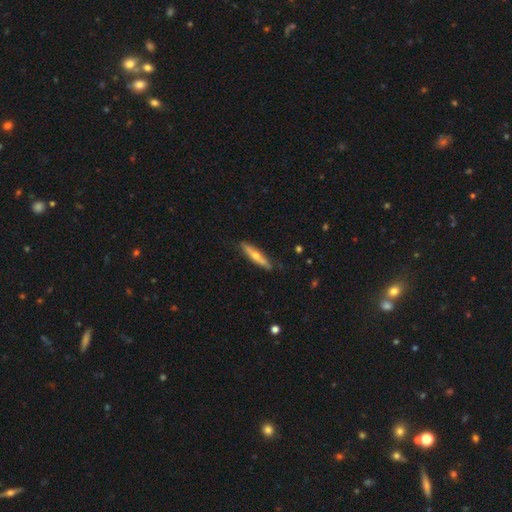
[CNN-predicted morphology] Q: Smooth or featured?
A: featured or disk (53%); runner-up: smooth (42%)
Q: Edge-on disk?
A: yes (90%); runner-up: no (10%)
Q: Merging?
A: none (84%); runner-up: minor disturbance (13%)